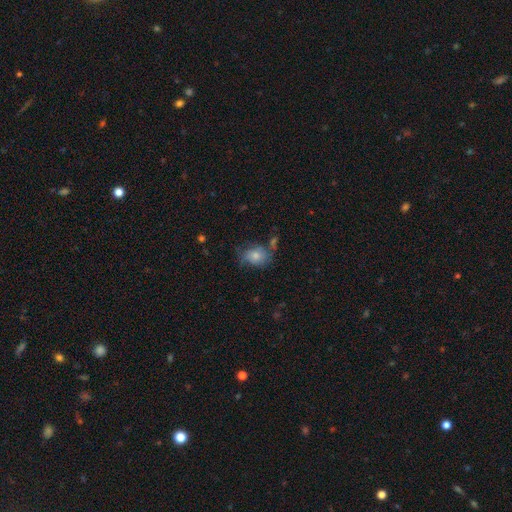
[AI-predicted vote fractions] smooth-or-featured: smooth: 74% | featured or disk: 17% | star or artifact: 9%
  how-rounded: in between: 57% | round: 42% | cigar-shaped: 1%
  merging: none: 53% | minor disturbance: 26% | major disturbance: 11% | merger: 10%